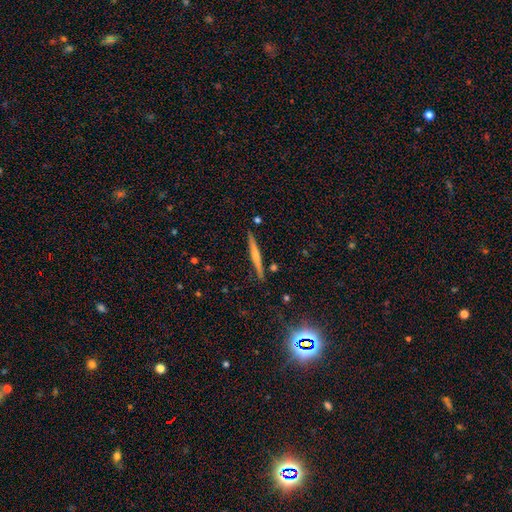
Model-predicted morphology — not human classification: smooth_or_featured: featured or disk (p=0.56) [alt: smooth p=0.35]
disk_edge_on: yes (p=0.97) [alt: no p=0.03]
edge_on_bulge: rounded (p=0.48) [alt: none p=0.38]
merging: none (p=0.89) [alt: minor disturbance p=0.08]